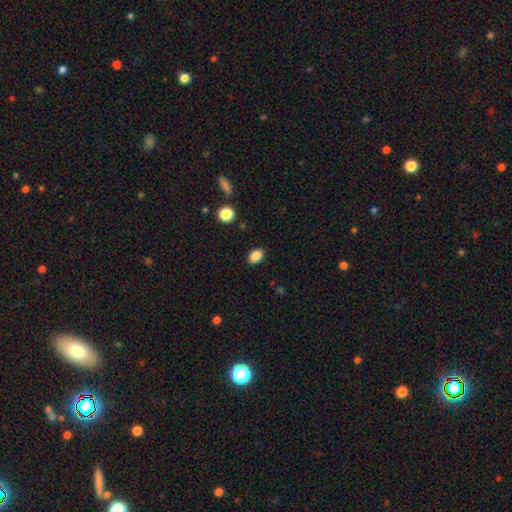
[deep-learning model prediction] A smooth galaxy with no disk features (87%) that is in between round and cigar-shaped (82%). Merging: none (88%).